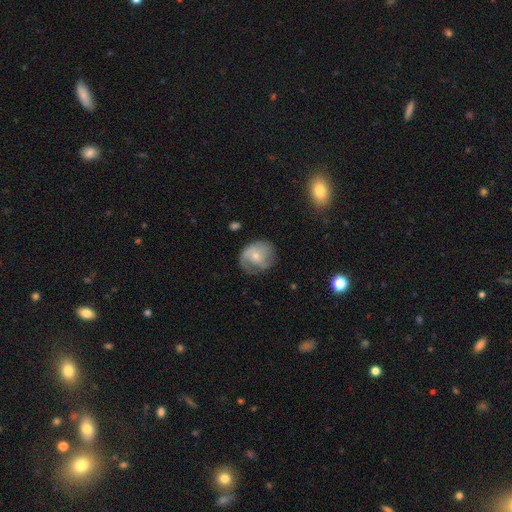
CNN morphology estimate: Overall: featured or disk (57%; smooth 36%). Edge-on disk: no (97%). Bar: no (78%). Spiral arms: yes (79%). Bulge size: small (66%; moderate 29%). Merging: none (56%; minor disturbance 26%).